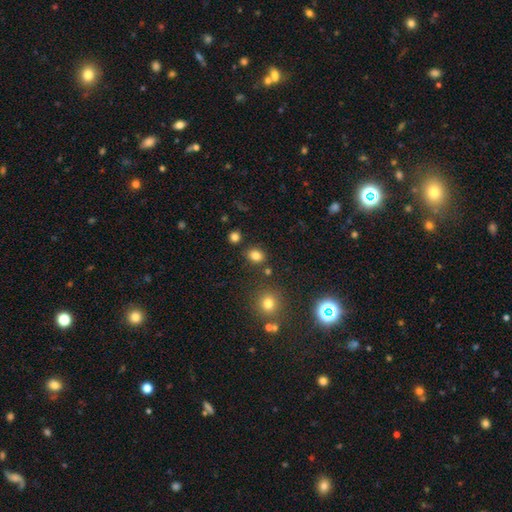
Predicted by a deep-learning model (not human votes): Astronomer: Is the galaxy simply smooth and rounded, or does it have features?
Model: smooth — 81%.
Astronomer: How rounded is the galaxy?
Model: in between — 51% (runner-up: round, 48%).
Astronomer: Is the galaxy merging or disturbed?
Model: none — 81%.